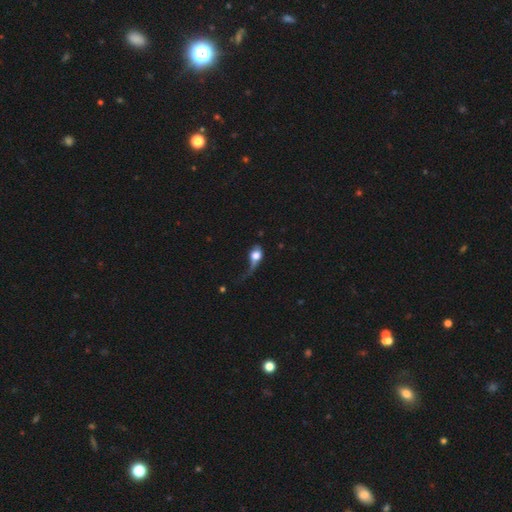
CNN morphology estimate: type=smooth (63%); roundness=in between (48%); merging=major disturbance (55%).